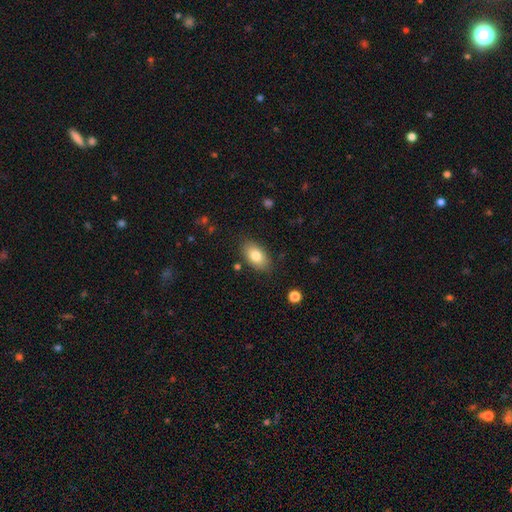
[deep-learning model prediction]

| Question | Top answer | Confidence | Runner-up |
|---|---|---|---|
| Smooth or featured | smooth | 82% | featured or disk (11%) |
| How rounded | in between | 92% | round (5%) |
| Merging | none | 83% | minor disturbance (12%) |